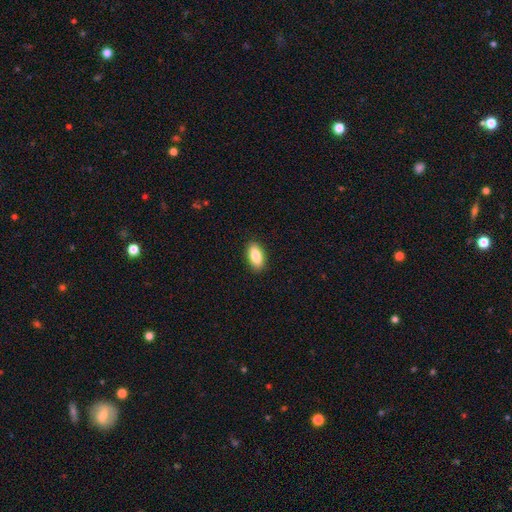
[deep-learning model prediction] A smooth galaxy with no disk features (85%) that is in between round and cigar-shaped (89%). Merging: none (90%).